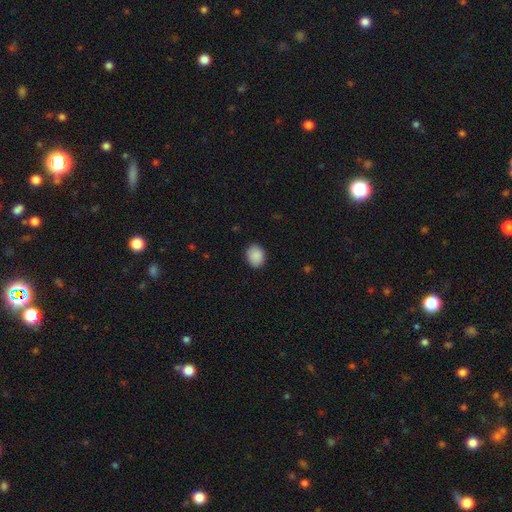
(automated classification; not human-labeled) smooth_or_featured: smooth (p=0.90) [alt: star or artifact p=0.07]
how_rounded: round (p=0.50) [alt: in between p=0.49]
merging: none (p=0.87) [alt: minor disturbance p=0.10]